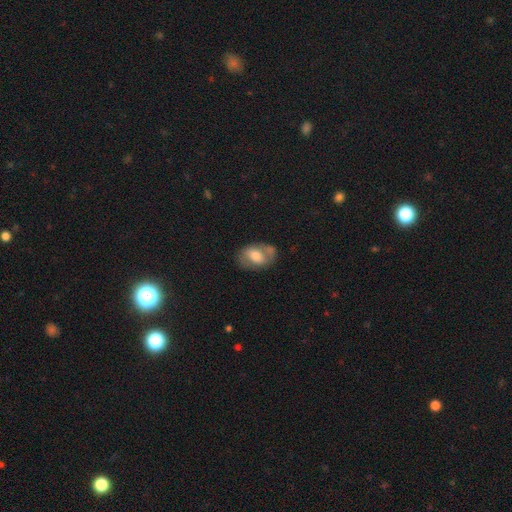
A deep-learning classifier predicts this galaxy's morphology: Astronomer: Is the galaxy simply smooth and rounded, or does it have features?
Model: smooth — 54% (runner-up: featured or disk, 39%).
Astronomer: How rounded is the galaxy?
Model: in between — 81%.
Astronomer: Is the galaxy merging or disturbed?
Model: none — 58%.